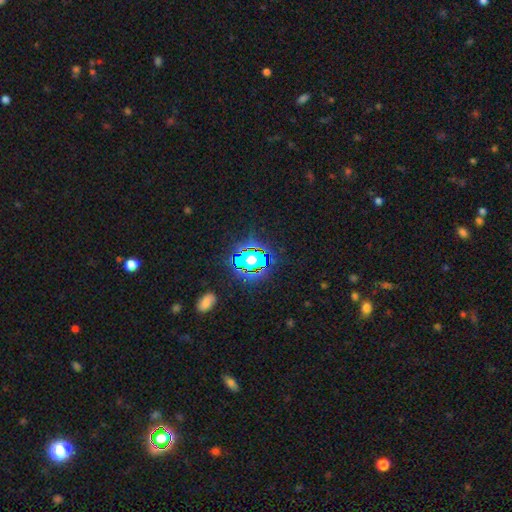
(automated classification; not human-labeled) Smooth or featured?
  - star or artifact: 61% *
  - smooth: 25%
  - featured or disk: 13%